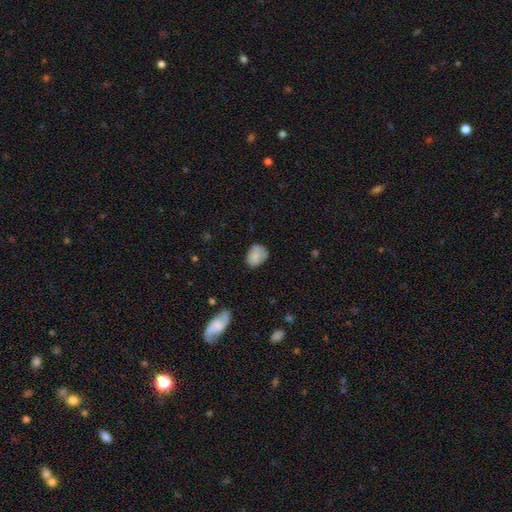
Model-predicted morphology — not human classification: smooth-or-featured: smooth: 78% | featured or disk: 13% | star or artifact: 8%
  how-rounded: in between: 62% | round: 37% | cigar-shaped: 1%
  merging: none: 60% | minor disturbance: 29% | major disturbance: 8% | merger: 4%